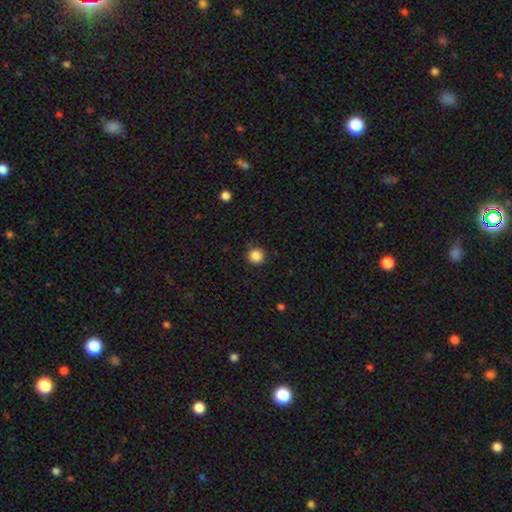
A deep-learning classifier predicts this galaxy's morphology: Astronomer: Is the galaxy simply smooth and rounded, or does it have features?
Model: smooth — 86%.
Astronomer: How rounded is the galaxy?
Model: round — 95%.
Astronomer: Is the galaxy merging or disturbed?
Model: none — 89%.